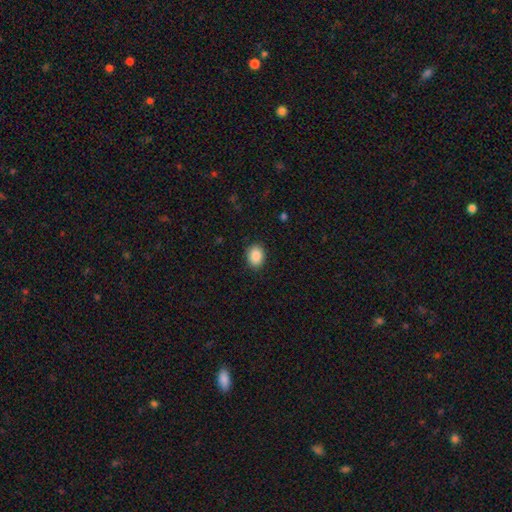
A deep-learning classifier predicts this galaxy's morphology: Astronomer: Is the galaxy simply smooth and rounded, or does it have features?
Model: smooth — 89%.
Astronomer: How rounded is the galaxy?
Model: in between — 61% (runner-up: round, 39%).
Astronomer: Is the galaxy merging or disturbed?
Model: none — 89%.